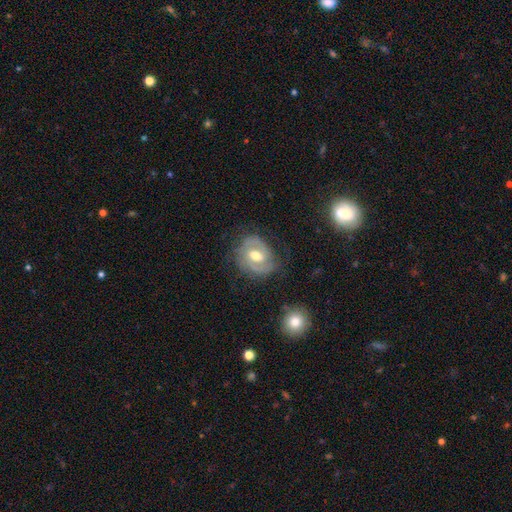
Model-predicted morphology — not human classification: Smooth or featured: featured or disk — 78% (smooth — 16%)
Edge-on disk: no — 97% (yes — 3%)
Bar: weak — 52% (no — 29%)
Spiral arms: yes — 86% (no — 14%)
Spiral winding: tight — 46% (medium — 40%)
Spiral arm count: 2 — 76% (can't tell — 12%)
Bulge size: moderate — 77% (small — 13%)
Merging: none — 71% (minor disturbance — 20%)